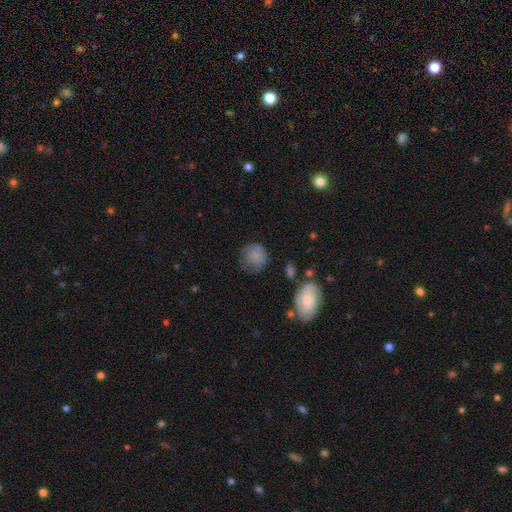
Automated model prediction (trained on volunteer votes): smooth-or-featured: smooth: 79% | featured or disk: 12% | star or artifact: 8%
  how-rounded: round: 82% | in between: 17% | cigar-shaped: 1%
  merging: none: 60% | minor disturbance: 25% | major disturbance: 11% | merger: 3%